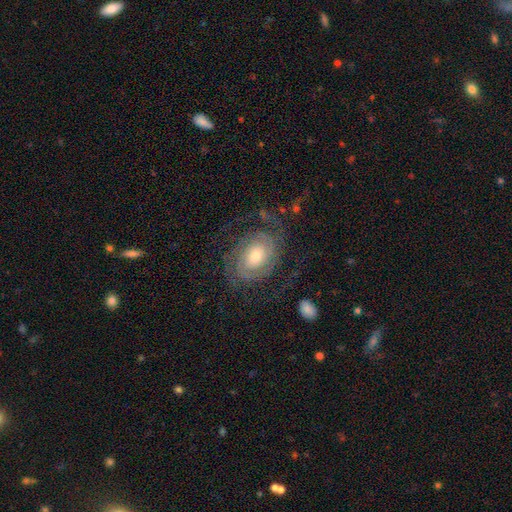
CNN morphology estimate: This appears to be a featured or disk galaxy (84%) with no bar (70%), 2 (57%) tight (62%) spiral arms (94%) and a small central bulge (45%). Merging: none (70%).